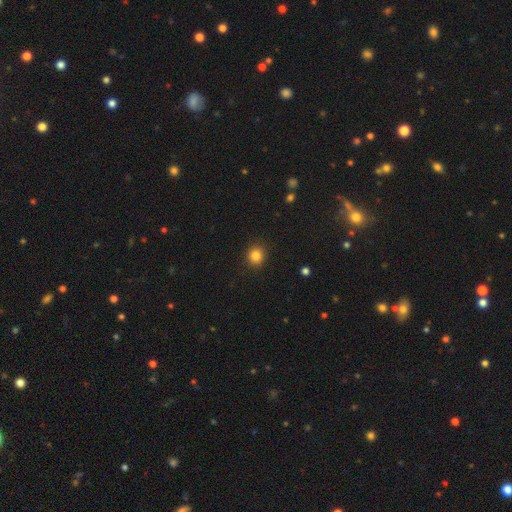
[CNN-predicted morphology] Overall: smooth (84%). How rounded: round (84%). Merging: none (91%).